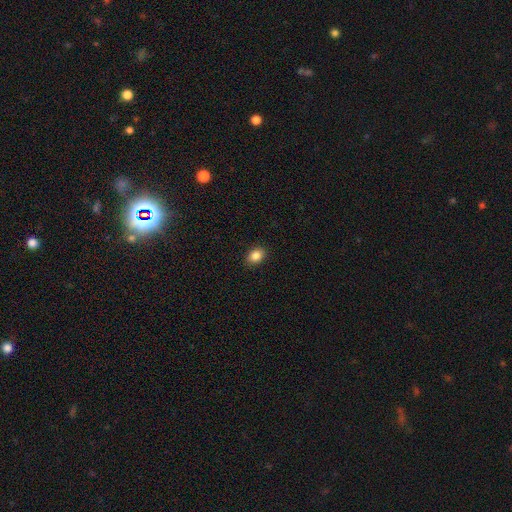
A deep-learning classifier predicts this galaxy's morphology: Overall: smooth (86%). How rounded: in between (65%; round 34%). Merging: none (89%).